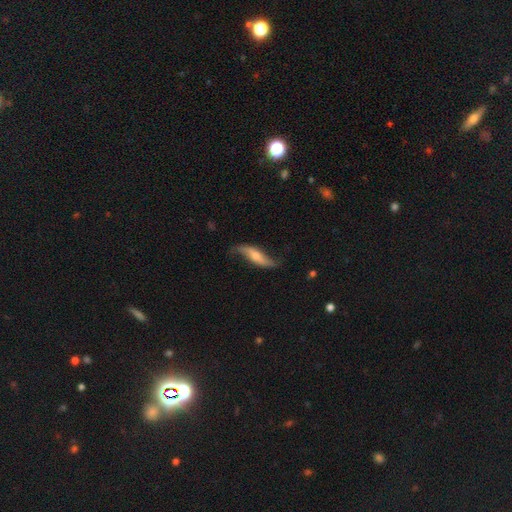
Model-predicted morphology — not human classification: The model was most divided on "bulge size": moderate: 45%, small: 36%, none: 10%, large: 7%, dominant: 2%. Remaining: spiral arms — yes (92%); spiral arm count — 2 (92%); spiral winding — loose (91%); edge-on disk — no (78%); smooth or featured — featured or disk (76%); merging — none (68%); bar — no (45%).